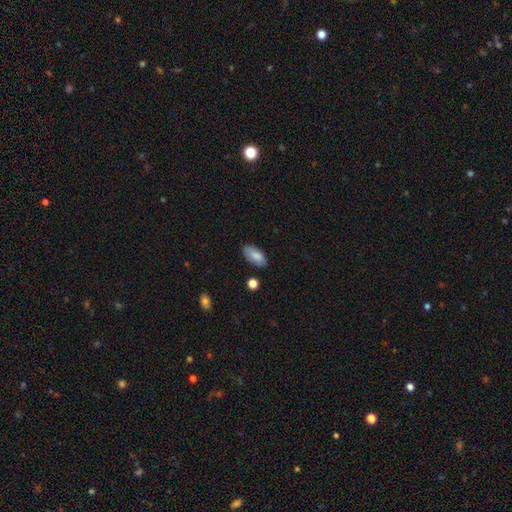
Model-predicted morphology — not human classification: This appears to be a smooth galaxy with no disk features (84%) that is in between round and cigar-shaped (91%). Merging: none (80%).